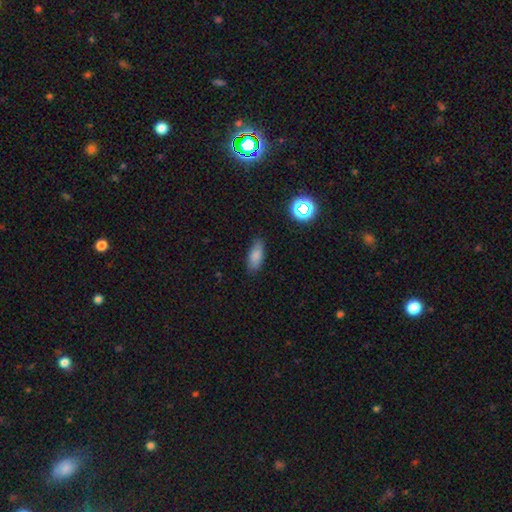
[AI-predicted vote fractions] A smooth galaxy with no disk features (82%) that is in between round and cigar-shaped (80%). Merging: none (78%).